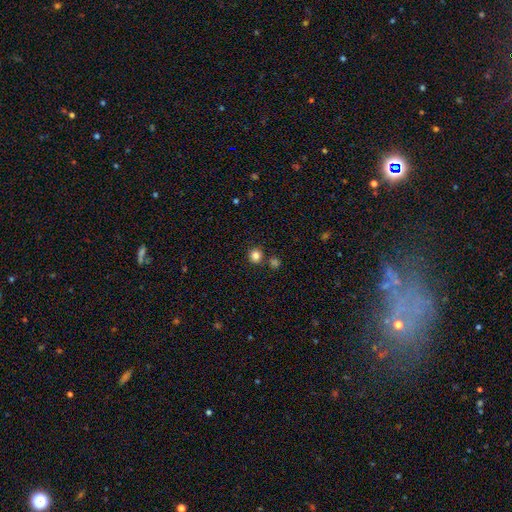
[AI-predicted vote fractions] This appears to be a smooth galaxy with no disk features (83%) that is round (93%). Merging: none (81%).